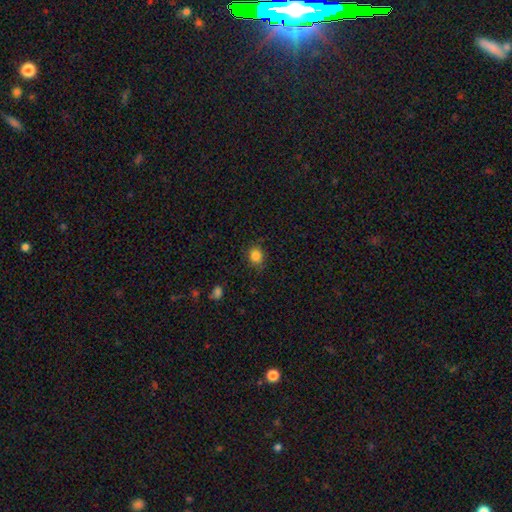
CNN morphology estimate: Smooth or featured? Predicted: smooth (p=0.84). How rounded? Predicted: round (p=0.64). Merging? Predicted: none (p=0.77).